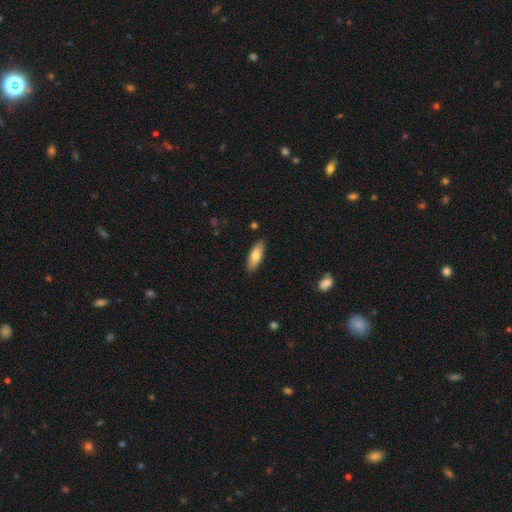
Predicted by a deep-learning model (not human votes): This is likely a smooth galaxy (78%). How rounded: likely in between (64%). Merging: clearly none (86%).